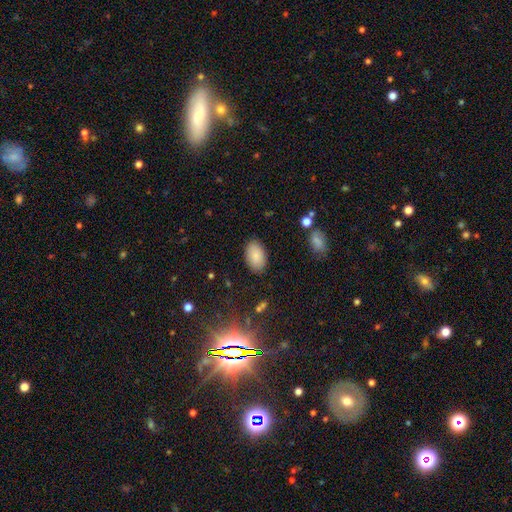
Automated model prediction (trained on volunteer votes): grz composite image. It shows a smooth galaxy with no disk features (87%) that is in between round and cigar-shaped (93%). Merging: none (87%).